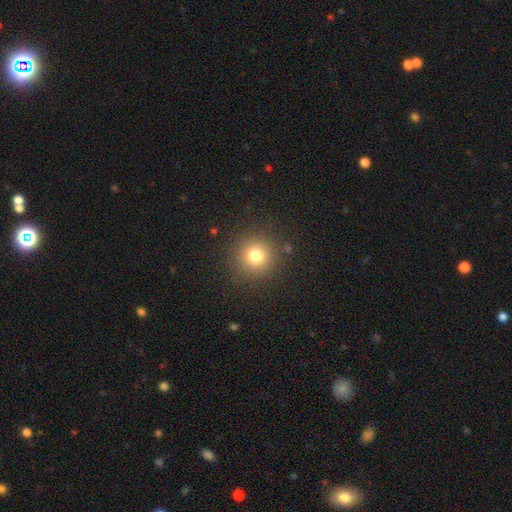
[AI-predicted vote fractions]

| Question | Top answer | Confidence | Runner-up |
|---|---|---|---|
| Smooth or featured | smooth | 78% | star or artifact (15%) |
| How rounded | round | 94% | in between (5%) |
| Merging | none | 89% | minor disturbance (7%) |